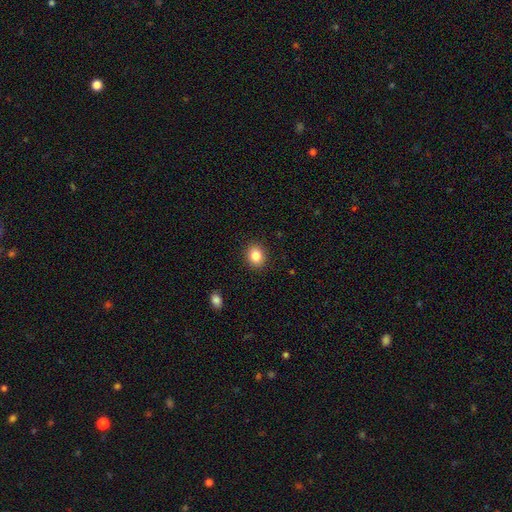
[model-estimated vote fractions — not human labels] smooth_or_featured: smooth (p=0.85) [alt: star or artifact p=0.09]
how_rounded: round (p=0.59) [alt: in between p=0.41]
merging: none (p=0.90) [alt: minor disturbance p=0.07]